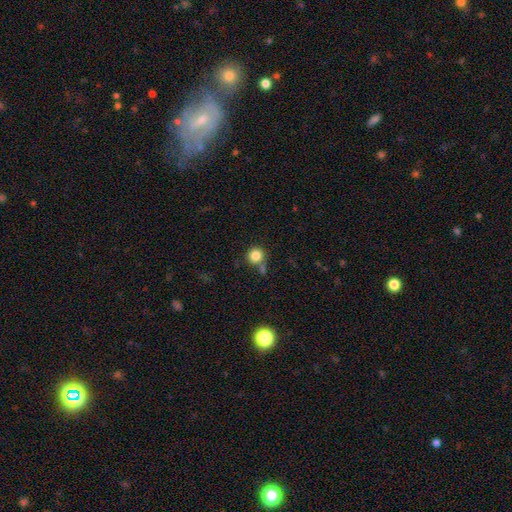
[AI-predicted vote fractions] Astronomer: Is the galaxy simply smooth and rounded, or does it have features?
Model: smooth — 83%.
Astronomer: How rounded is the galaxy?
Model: round — 91%.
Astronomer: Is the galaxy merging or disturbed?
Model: none — 70%.